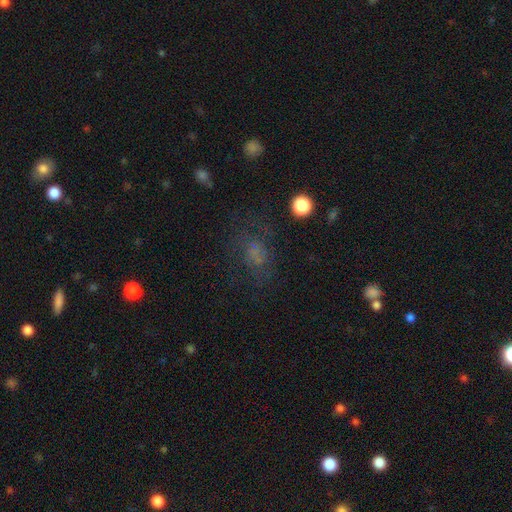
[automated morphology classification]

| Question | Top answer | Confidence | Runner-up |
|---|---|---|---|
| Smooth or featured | smooth | 47% | star or artifact (27%) |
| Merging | none | 57% | major disturbance (21%) |